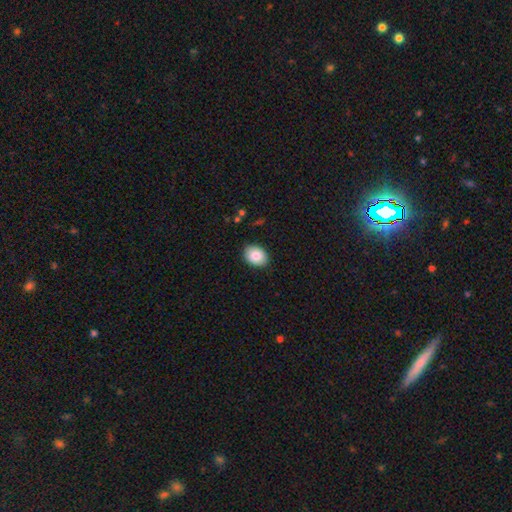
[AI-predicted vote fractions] Overall: smooth (84%). How rounded: in between (72%). Merging: none (88%).